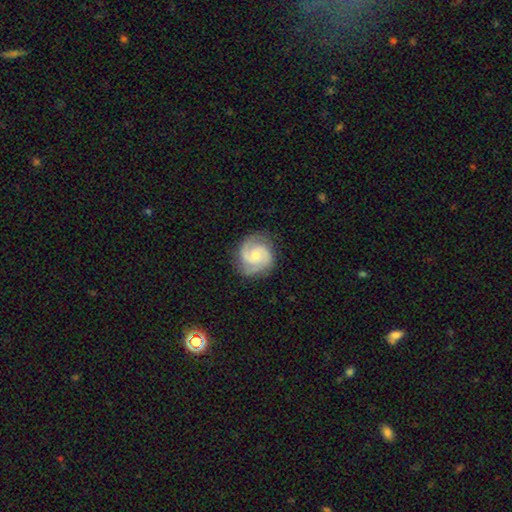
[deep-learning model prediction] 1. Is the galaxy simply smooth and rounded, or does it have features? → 85% featured or disk, 10% smooth, 5% star or artifact.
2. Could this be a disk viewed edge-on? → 98% no, 2% yes.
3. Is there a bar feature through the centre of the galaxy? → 61% no, 34% weak, 5% strong.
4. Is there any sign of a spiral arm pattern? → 98% yes, 2% no.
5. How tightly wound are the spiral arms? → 46% medium, 44% tight, 10% loose.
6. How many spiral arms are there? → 65% 2, 21% 3, 6% can't tell, 3% 1, 2% 4, 2% more than 4.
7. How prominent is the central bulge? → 54% small, 39% moderate, 4% none, 2% large, 1% dominant.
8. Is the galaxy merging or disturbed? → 80% none, 14% minor disturbance, 5% major disturbance, 1% merger.